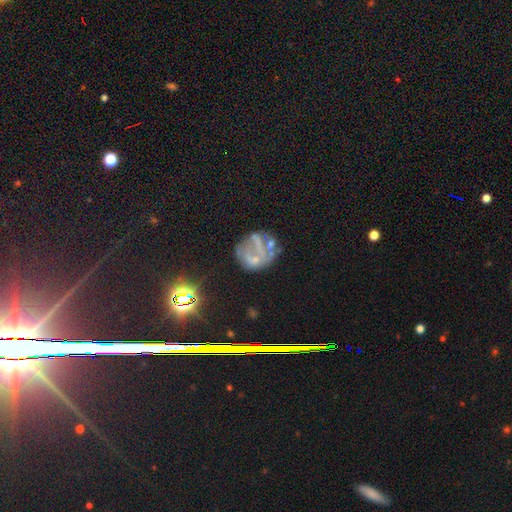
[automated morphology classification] Smooth or featured? featured or disk (52%)
Edge-on disk? no (97%)
Bar? no (70%)
Spiral arms? no (75%)
Bulge size? none (64%)
Merging? none (46%)